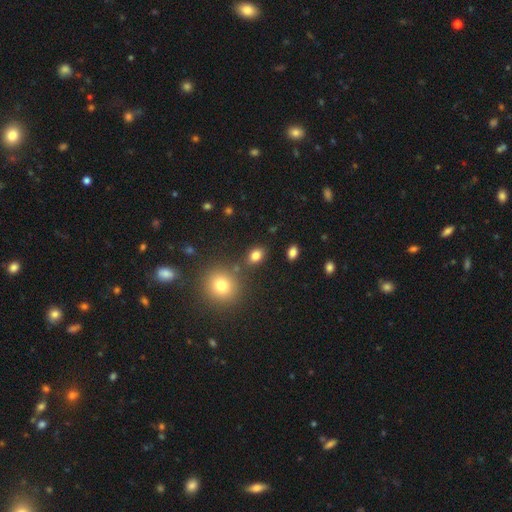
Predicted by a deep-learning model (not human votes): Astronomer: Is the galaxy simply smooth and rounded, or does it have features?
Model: smooth — 82%.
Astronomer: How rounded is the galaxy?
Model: in between — 74%.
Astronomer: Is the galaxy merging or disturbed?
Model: none — 79%.